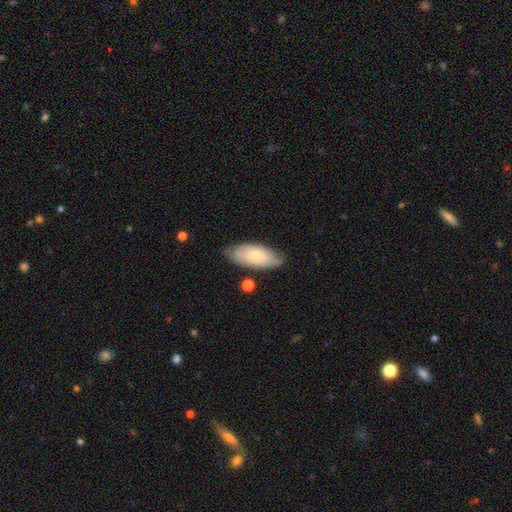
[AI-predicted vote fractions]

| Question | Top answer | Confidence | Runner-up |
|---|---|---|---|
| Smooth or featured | smooth | 61% | featured or disk (33%) |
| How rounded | in between | 86% | cigar-shaped (12%) |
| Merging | none | 71% | minor disturbance (22%) |